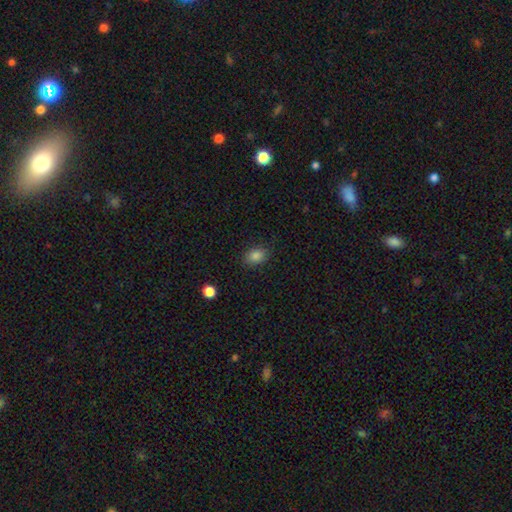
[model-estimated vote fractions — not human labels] This appears to be a smooth galaxy with no disk features (85%) that is in between round and cigar-shaped (73%). Merging: none (86%).